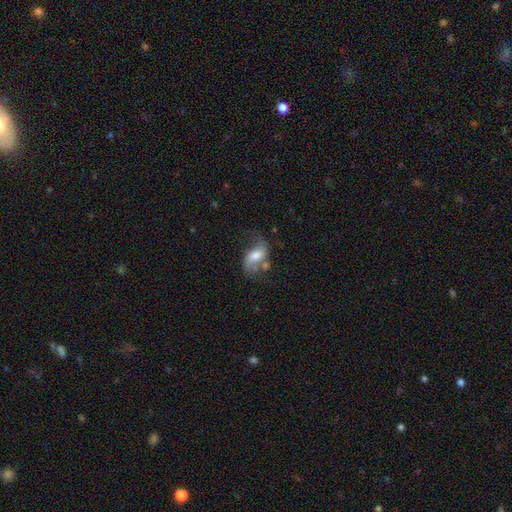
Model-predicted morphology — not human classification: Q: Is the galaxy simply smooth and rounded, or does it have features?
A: featured or disk — 54%.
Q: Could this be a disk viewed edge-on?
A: no — 94%.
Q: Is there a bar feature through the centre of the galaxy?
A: no — 44%.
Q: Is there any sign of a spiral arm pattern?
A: yes — 80%.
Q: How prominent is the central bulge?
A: moderate — 57%.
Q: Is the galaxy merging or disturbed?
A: none — 42%.